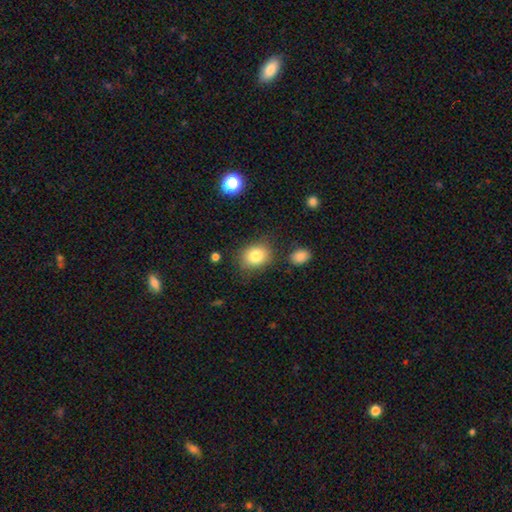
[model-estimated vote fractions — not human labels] Smooth or featured: smooth — 82% (star or artifact — 9%)
How rounded: round — 53% (in between — 46%)
Merging: none — 77% (minor disturbance — 14%)